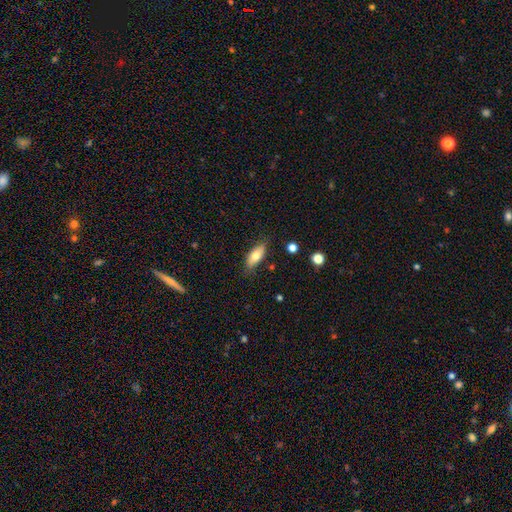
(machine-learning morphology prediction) Q: Smooth or featured?
A: smooth (71%); runner-up: featured or disk (22%)
Q: How rounded?
A: in between (79%); runner-up: cigar-shaped (18%)
Q: Merging?
A: none (80%); runner-up: minor disturbance (15%)